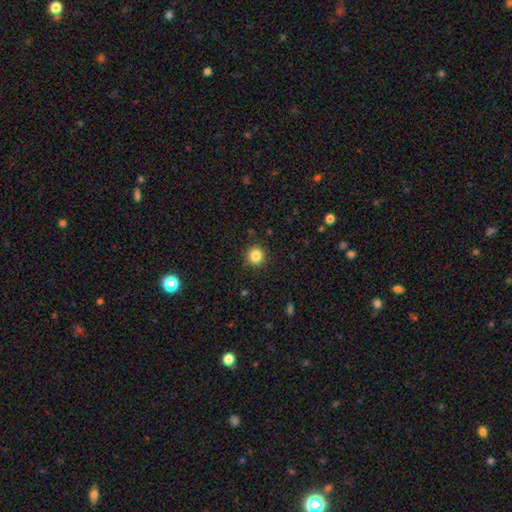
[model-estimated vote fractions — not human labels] Smooth or featured? Predicted: smooth (p=0.84). How rounded? Predicted: round (p=0.94). Merging? Predicted: none (p=0.91).